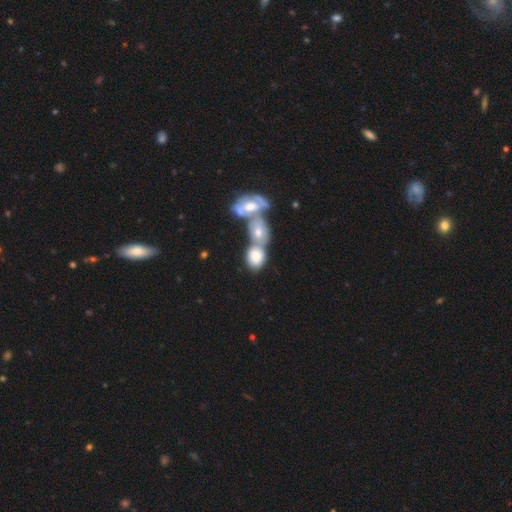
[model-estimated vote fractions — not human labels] This is possibly a smooth galaxy (60%). How rounded: likely in between (67%). Merging: likely merger (66%).